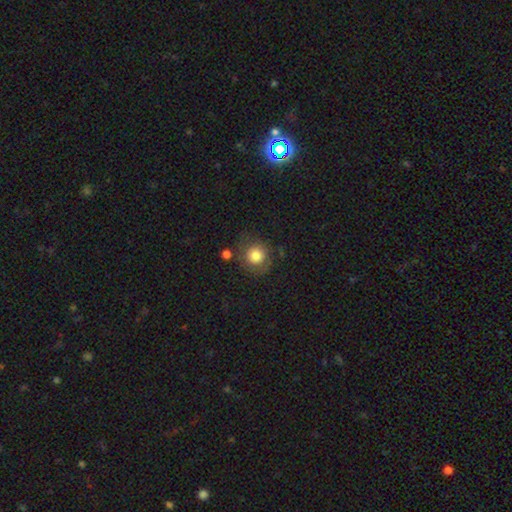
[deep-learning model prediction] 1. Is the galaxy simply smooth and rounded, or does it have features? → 76% smooth, 14% featured or disk, 9% star or artifact.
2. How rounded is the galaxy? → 89% round, 11% in between, 1% cigar-shaped.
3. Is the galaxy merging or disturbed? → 68% none, 18% minor disturbance, 9% major disturbance, 5% merger.